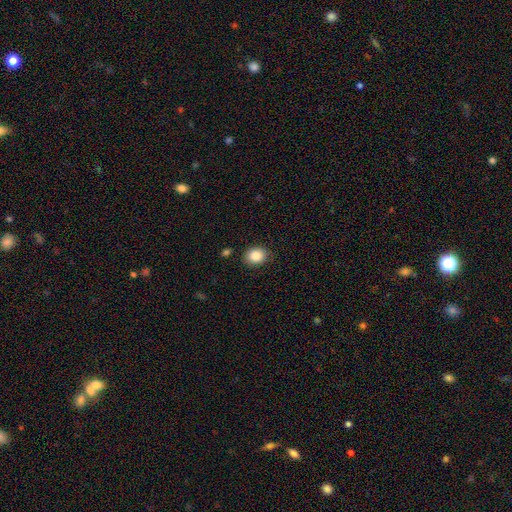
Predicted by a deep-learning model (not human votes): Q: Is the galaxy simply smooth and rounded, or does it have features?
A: smooth — 86%.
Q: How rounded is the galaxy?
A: round — 52%.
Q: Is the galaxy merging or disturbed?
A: none — 86%.